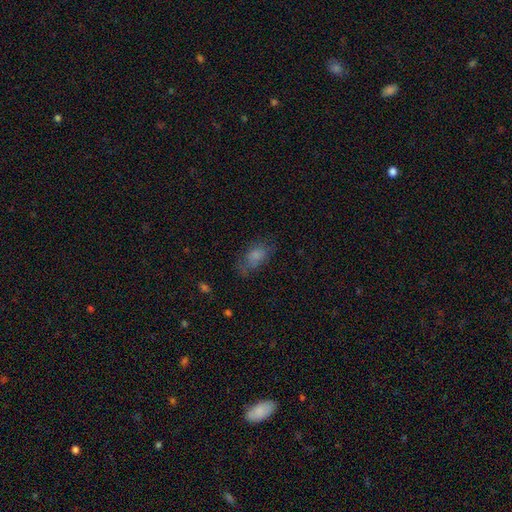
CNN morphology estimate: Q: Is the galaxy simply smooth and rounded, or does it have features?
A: smooth — 72%.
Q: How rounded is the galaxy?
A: in between — 86%.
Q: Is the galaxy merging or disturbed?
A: none — 55%.